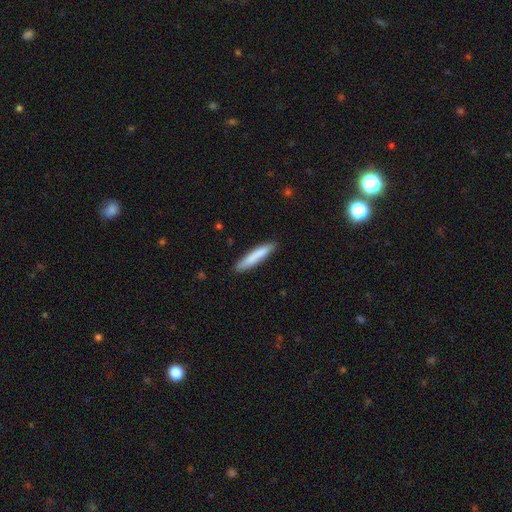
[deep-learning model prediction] Smooth or featured? Predicted: smooth (p=0.80). How rounded? Predicted: cigar-shaped (p=0.92). Merging? Predicted: none (p=0.87).